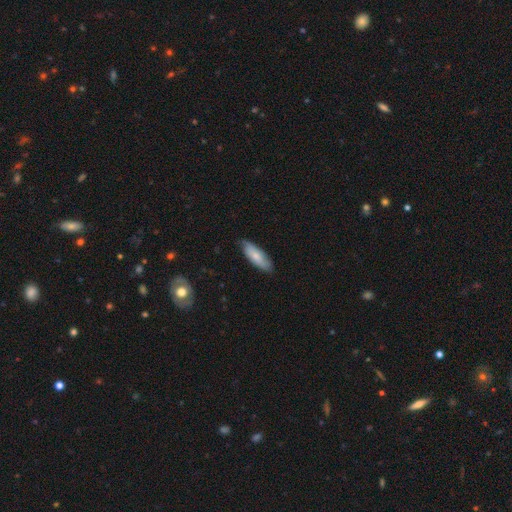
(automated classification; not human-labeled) smooth_or_featured: smooth (p=0.68) [alt: featured or disk p=0.26]
how_rounded: in between (p=0.61) [alt: cigar-shaped p=0.37]
merging: none (p=0.76) [alt: minor disturbance p=0.20]